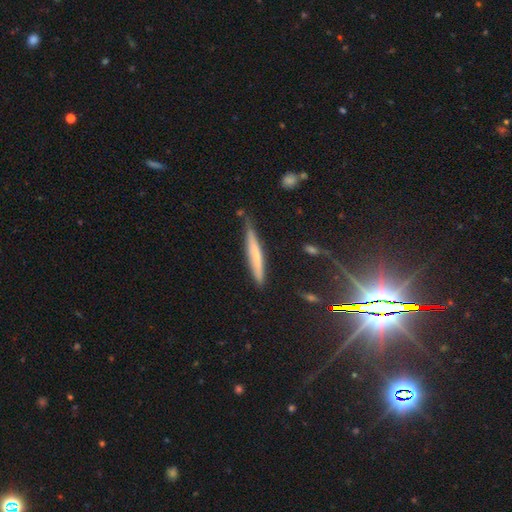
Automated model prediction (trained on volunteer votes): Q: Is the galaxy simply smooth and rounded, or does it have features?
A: smooth — 54%.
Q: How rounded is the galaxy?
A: cigar-shaped — 95%.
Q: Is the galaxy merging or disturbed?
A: none — 73%.